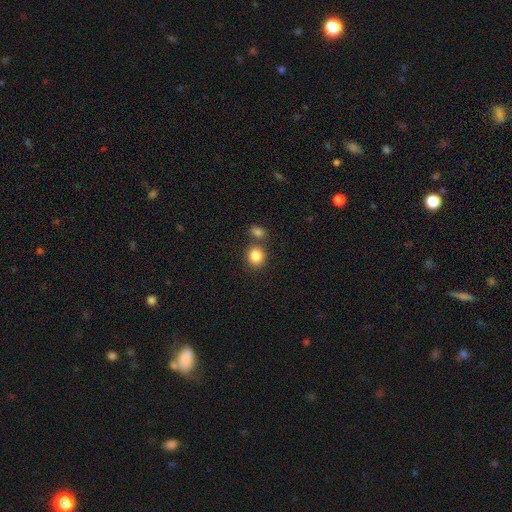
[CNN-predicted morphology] Smooth or featured? smooth (85%)
How rounded? round (80%)
Merging? none (68%)